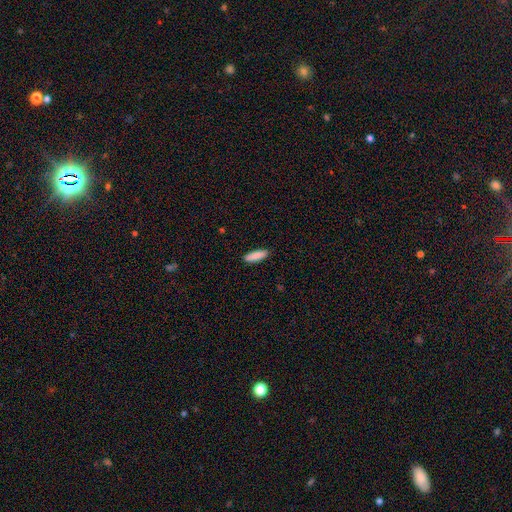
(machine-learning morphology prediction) A smooth galaxy with no disk features (88%) that is cigar-shaped (53%).

Vote fractions:
- Smooth or featured? smooth: 88% / featured or disk: 6% / star or artifact: 6%
- How rounded? cigar-shaped: 53% / in between: 46% / round: 2%
- Merging? none: 89% / minor disturbance: 8% / major disturbance: 2% / merger: 1%